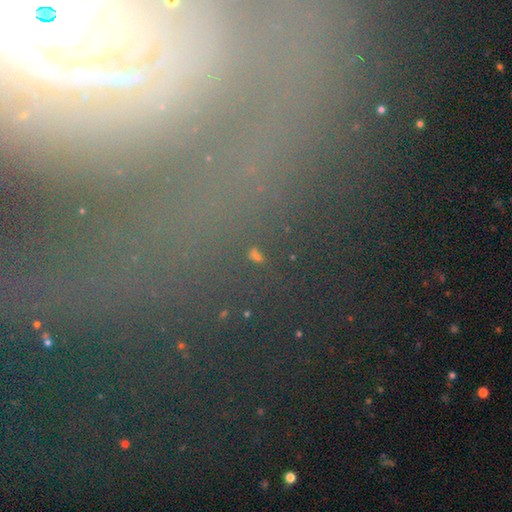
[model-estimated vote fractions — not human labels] star or artifact 69%, smooth 19%, featured or disk 13%.